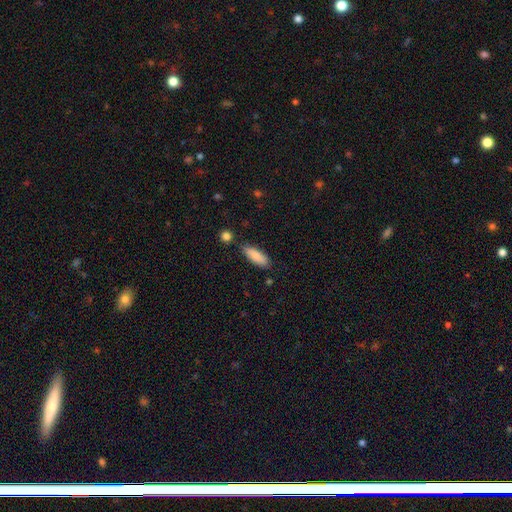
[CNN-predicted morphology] Q: Smooth or featured?
A: smooth (87%); runner-up: featured or disk (8%)
Q: How rounded?
A: in between (62%); runner-up: cigar-shaped (37%)
Q: Merging?
A: none (80%); runner-up: minor disturbance (14%)